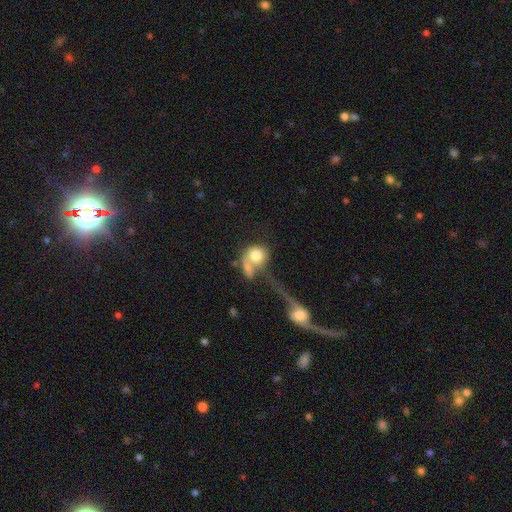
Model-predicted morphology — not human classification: Q: Smooth or featured?
A: smooth (67%); runner-up: featured or disk (24%)
Q: How rounded?
A: round (67%); runner-up: in between (31%)
Q: Merging?
A: merger (50%); runner-up: major disturbance (23%)